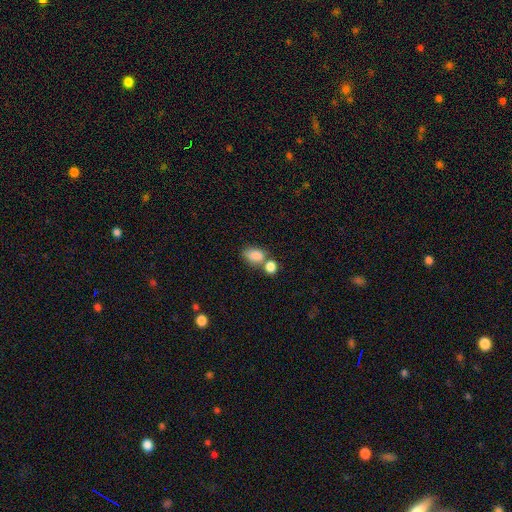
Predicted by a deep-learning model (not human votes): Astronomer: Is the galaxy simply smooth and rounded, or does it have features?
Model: smooth — 84%.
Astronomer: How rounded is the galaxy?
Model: in between — 78%.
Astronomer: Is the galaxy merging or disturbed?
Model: merger — 42% (runner-up: none, 39%).